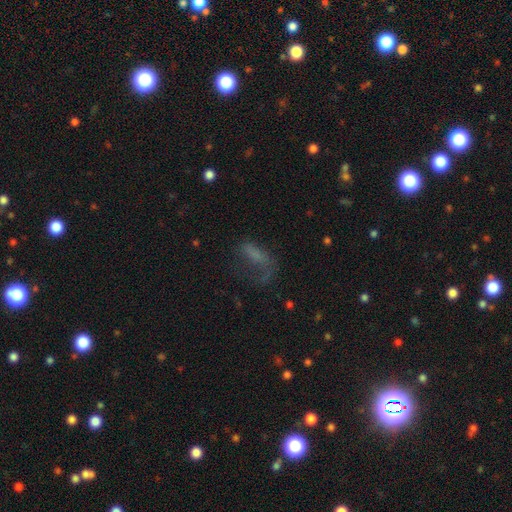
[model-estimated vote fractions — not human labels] A smooth galaxy with no disk features (47%). Merging: major disturbance (47%).